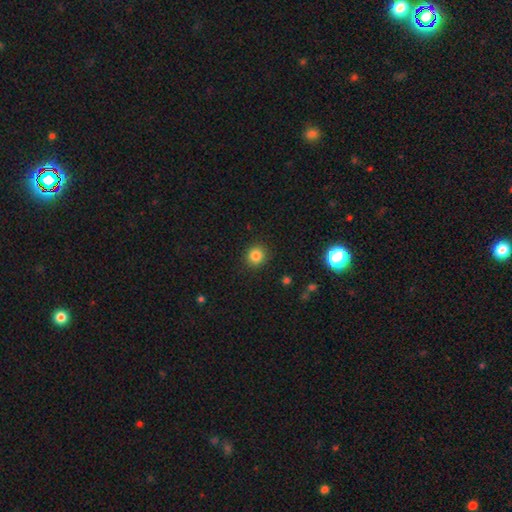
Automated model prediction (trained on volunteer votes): Smooth or featured? smooth (83%)
How rounded? round (88%)
Merging? none (91%)